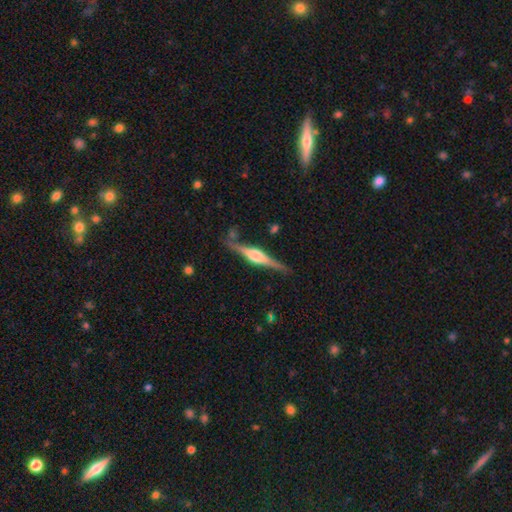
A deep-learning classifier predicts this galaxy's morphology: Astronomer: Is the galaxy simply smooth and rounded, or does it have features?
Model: featured or disk — 80%.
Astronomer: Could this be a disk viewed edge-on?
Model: yes — 98%.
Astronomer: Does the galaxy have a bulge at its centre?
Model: rounded — 83%.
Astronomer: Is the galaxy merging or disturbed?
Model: none — 83%.